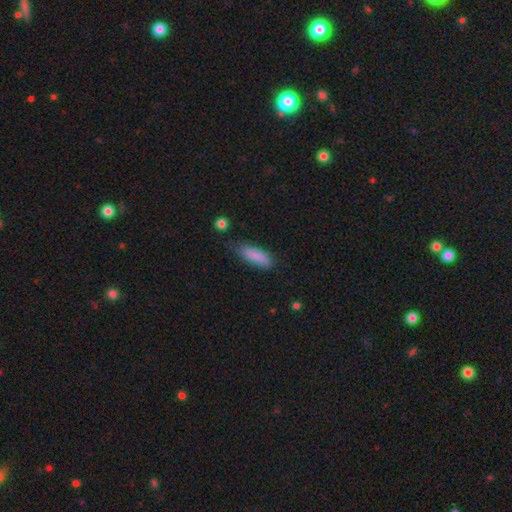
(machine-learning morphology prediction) The model was most divided on "how rounded": in between: 58%, cigar-shaped: 40%, round: 2%. More confident: smooth or featured — smooth (86%); merging — none (69%).